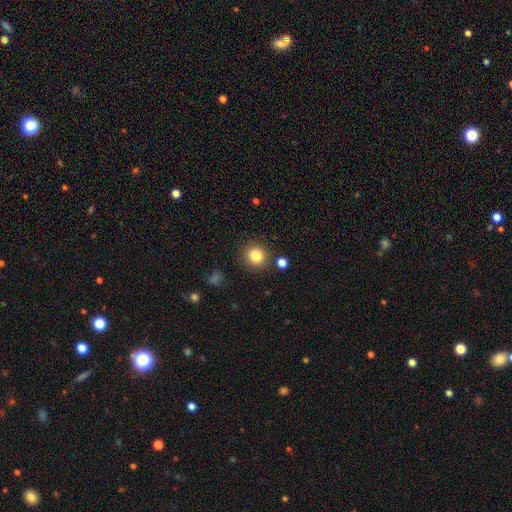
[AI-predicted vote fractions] Overall: smooth (83%). How rounded: round (92%). Merging: none (87%).